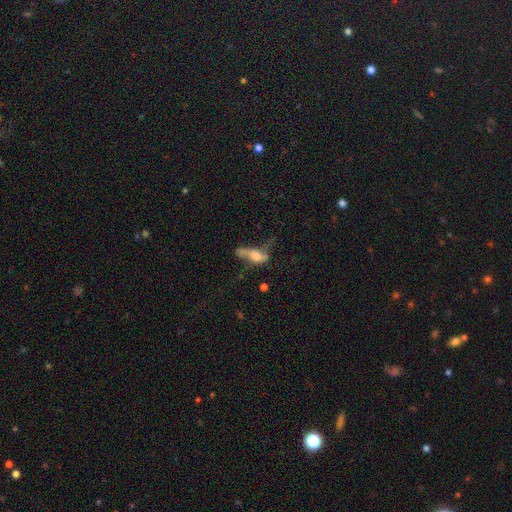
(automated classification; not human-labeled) featured or disk 47%, smooth 39%, star or artifact 13%. Down the decision tree: merging — major disturbance (42%).